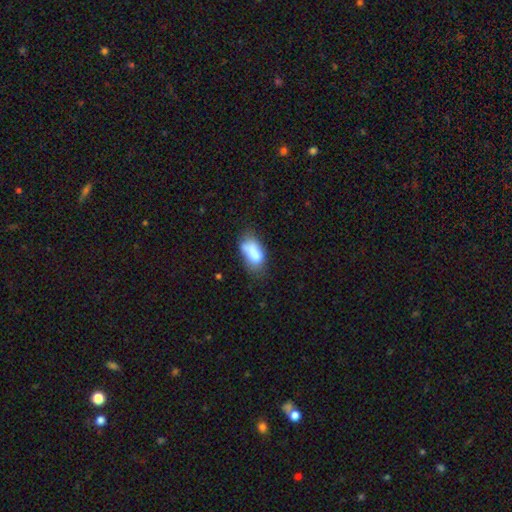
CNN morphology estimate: This is likely a smooth galaxy (75%). How rounded: clearly in between (90%). Merging: marginally none (37%).